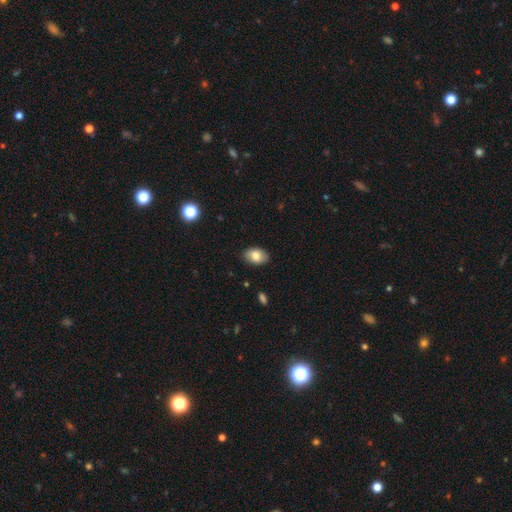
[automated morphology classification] A smooth galaxy with no disk features (82%) that is in between round and cigar-shaped (85%).

Vote fractions:
- Smooth or featured? smooth: 82% / featured or disk: 11% / star or artifact: 7%
- How rounded? in between: 85% / round: 14% / cigar-shaped: 1%
- Merging? none: 85% / minor disturbance: 11% / major disturbance: 2% / merger: 1%